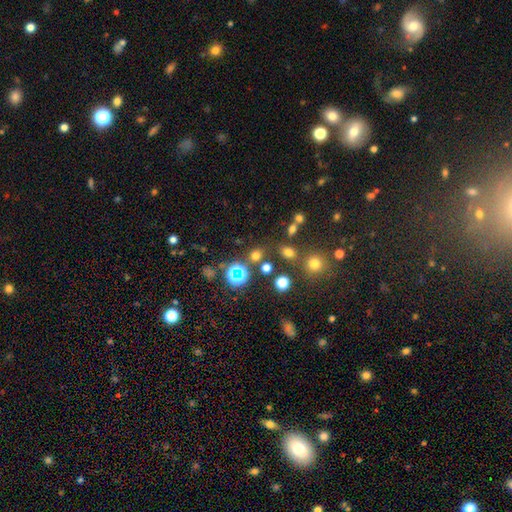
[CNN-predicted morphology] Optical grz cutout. It shows a smooth galaxy with no disk features (64%) that is round (64%). Merging: none (75%).